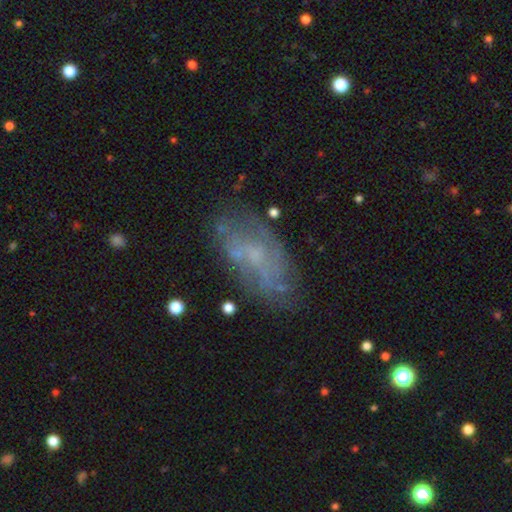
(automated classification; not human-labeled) Smooth or featured: featured or disk — 59% (smooth — 30%)
Edge-on disk: no — 92% (yes — 8%)
Bar: no — 73% (weak — 23%)
Spiral arms: no — 51% (yes — 49%)
Bulge size: small — 46% (none — 36%)
Merging: none — 63% (minor disturbance — 21%)